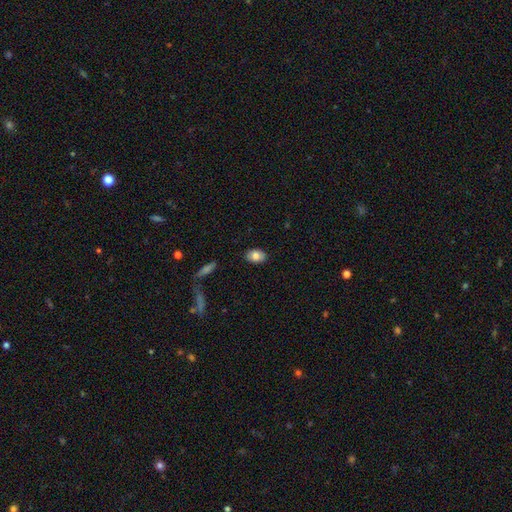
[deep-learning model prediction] This appears to be a smooth galaxy with no disk features (80%) that is in between round and cigar-shaped (84%). Merging: none (87%).